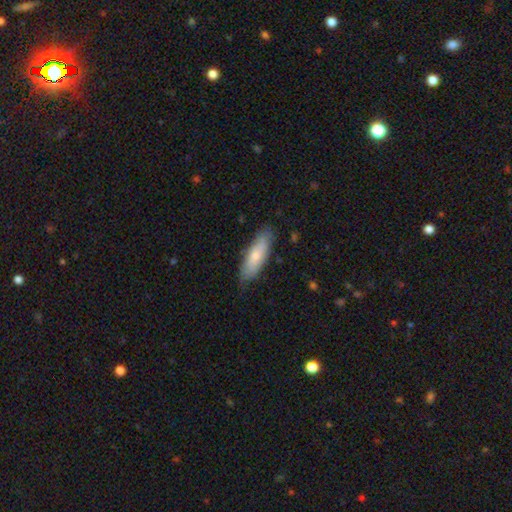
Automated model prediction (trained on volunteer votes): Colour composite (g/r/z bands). It shows a smooth galaxy with no disk features (70%) that is in between round and cigar-shaped (52%). Merging: none (79%).